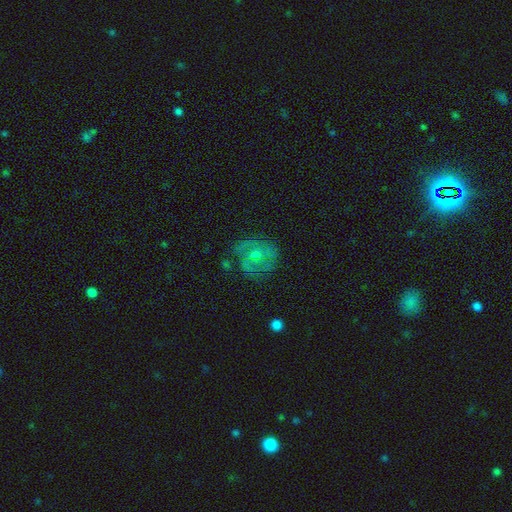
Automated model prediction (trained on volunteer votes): Smooth or featured? Predicted: featured or disk (p=0.64). Edge-on disk? Predicted: no (p=0.97). Bar? Predicted: no (p=0.79). Spiral arms? Predicted: yes (p=0.72). Bulge size? Predicted: small (p=0.50). Merging? Predicted: none (p=0.63).